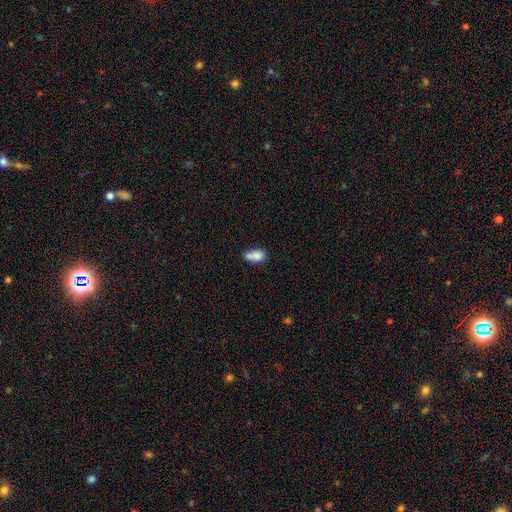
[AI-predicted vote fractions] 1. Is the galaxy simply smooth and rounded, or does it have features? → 77% smooth, 14% featured or disk, 9% star or artifact.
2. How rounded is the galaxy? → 76% in between, 21% round, 3% cigar-shaped.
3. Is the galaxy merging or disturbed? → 47% merger, 29% none, 17% minor disturbance, 7% major disturbance.